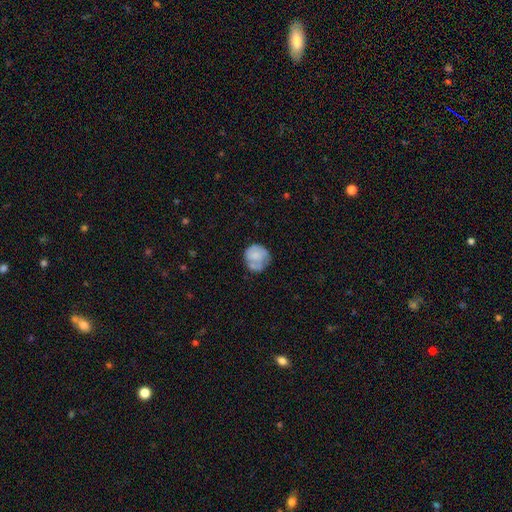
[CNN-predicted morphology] This is likely a smooth galaxy (64%). How rounded: clearly round (84%). Merging: possibly none (49%).